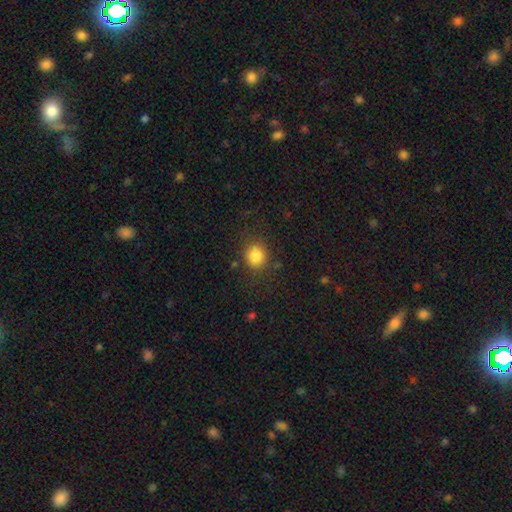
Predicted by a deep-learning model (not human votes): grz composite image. It shows a smooth galaxy with no disk features (83%) that is round (79%). Merging: none (82%).